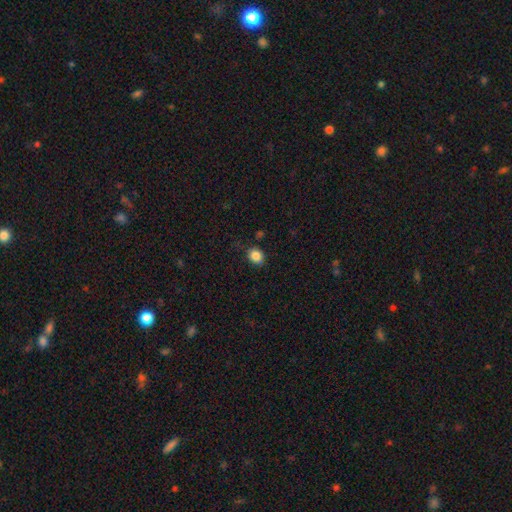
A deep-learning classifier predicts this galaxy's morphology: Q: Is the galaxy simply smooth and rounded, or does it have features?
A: smooth — 85%.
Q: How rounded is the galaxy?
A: round — 68%.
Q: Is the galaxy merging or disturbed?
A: none — 82%.